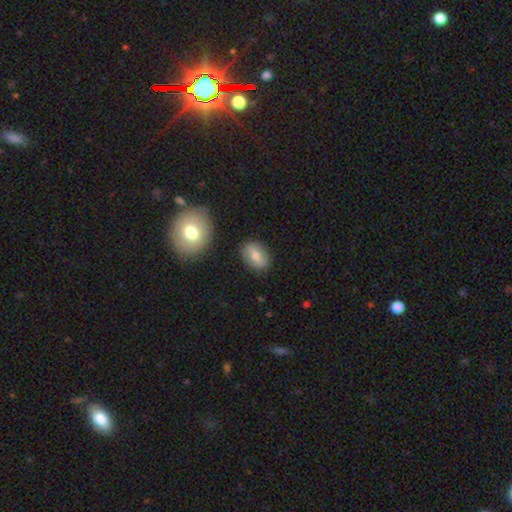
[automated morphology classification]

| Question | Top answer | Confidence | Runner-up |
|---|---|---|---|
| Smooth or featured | smooth | 67% | featured or disk (24%) |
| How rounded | in between | 75% | round (23%) |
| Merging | none | 85% | minor disturbance (10%) |